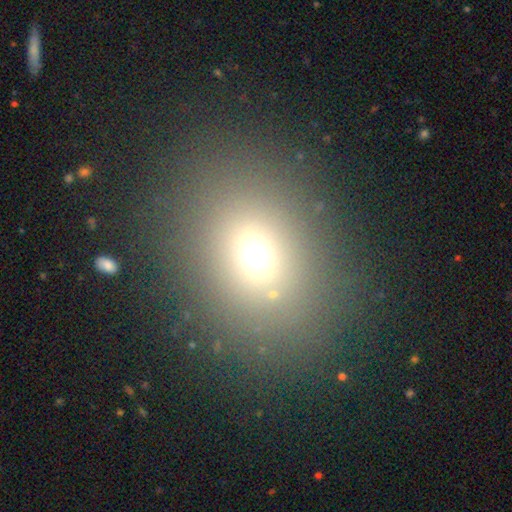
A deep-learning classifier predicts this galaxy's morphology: Smooth or featured? Predicted: smooth (p=0.68). How rounded? Predicted: round (p=0.51). Merging? Predicted: none (p=0.80).